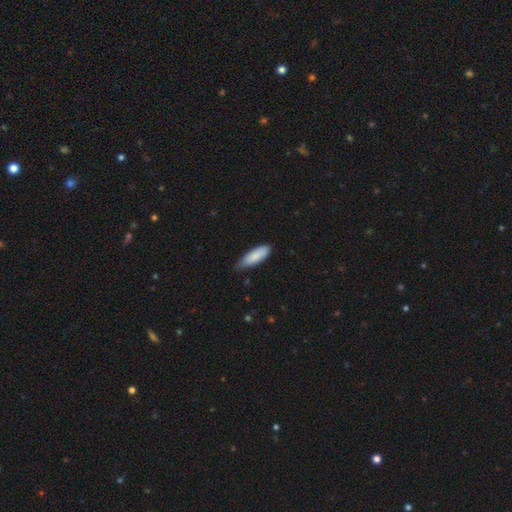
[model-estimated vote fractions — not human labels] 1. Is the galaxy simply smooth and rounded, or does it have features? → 85% smooth, 9% featured or disk, 6% star or artifact.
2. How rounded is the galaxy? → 61% in between, 38% cigar-shaped, 2% round.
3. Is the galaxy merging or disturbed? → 61% none, 34% minor disturbance, 4% major disturbance, 1% merger.